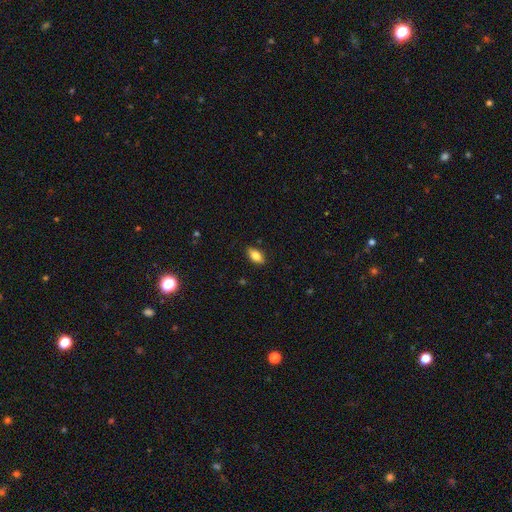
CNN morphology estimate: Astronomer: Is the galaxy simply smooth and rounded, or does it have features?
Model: smooth — 81%.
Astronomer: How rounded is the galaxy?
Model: in between — 89%.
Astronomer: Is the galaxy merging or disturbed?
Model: none — 86%.